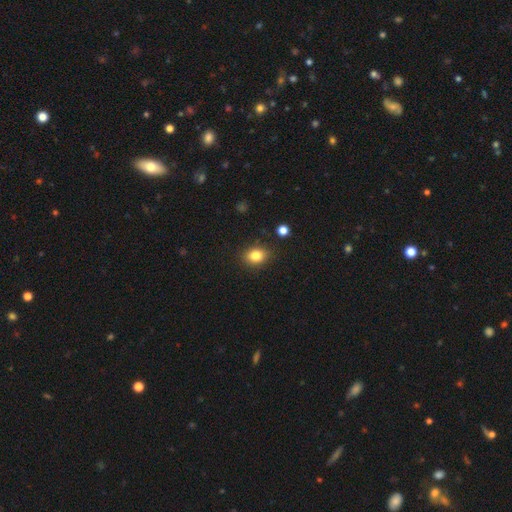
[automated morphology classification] Smooth or featured? Predicted: smooth (p=0.83). How rounded? Predicted: in between (p=0.55). Merging? Predicted: none (p=0.86).